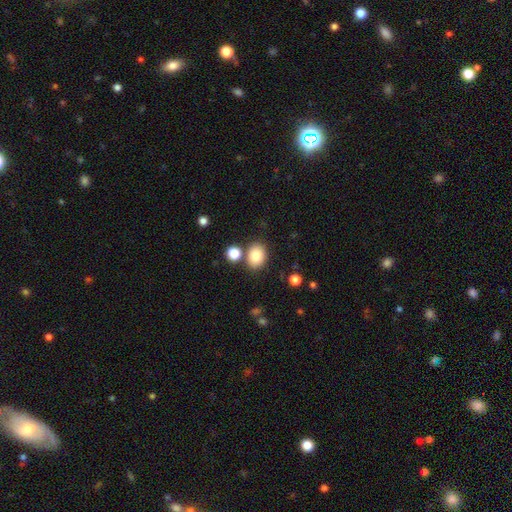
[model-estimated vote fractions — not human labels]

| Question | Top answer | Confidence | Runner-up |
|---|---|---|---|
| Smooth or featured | smooth | 84% | star or artifact (9%) |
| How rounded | in between | 58% | round (41%) |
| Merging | none | 78% | minor disturbance (10%) |